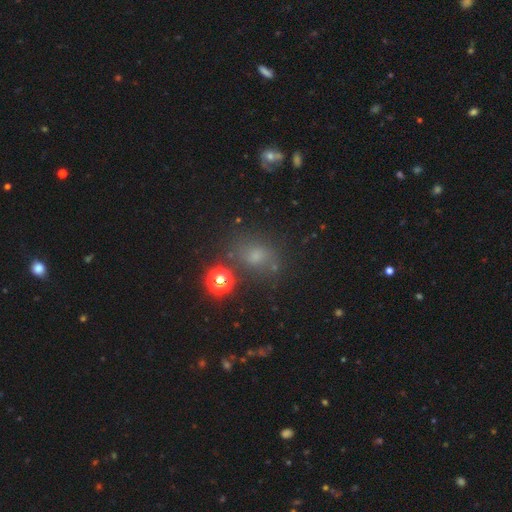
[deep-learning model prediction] The model was most divided on "how rounded": in between: 50%, round: 48%, cigar-shaped: 2%. More confident: merging — none (68%); smooth or featured — smooth (58%).